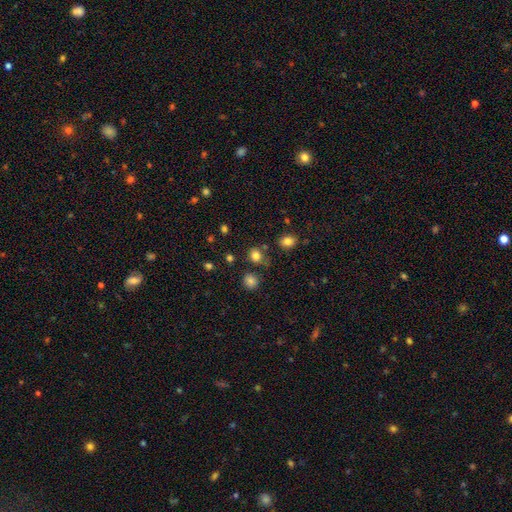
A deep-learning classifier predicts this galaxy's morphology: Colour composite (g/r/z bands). It shows a smooth galaxy with no disk features (80%) that is round (72%). Merging: none (75%).